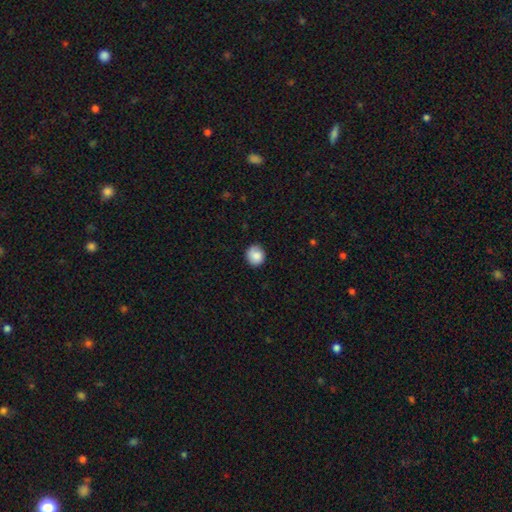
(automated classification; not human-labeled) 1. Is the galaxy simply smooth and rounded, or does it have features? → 86% smooth, 8% star or artifact, 6% featured or disk.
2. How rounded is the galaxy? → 83% round, 16% in between, 1% cigar-shaped.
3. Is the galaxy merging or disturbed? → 81% none, 15% minor disturbance, 3% major disturbance, 1% merger.